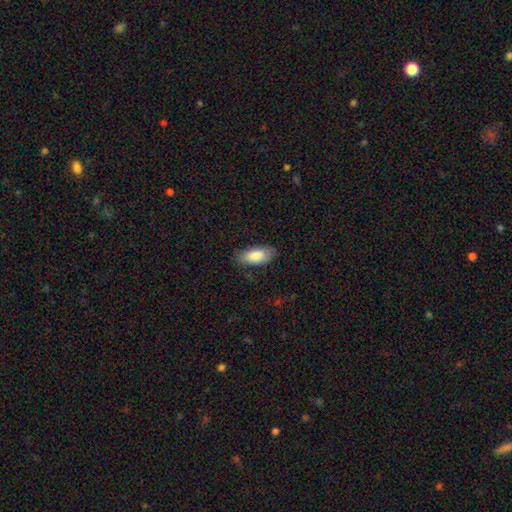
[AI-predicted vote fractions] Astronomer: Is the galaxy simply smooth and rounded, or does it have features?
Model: smooth — 84%.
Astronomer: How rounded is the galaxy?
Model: in between — 86%.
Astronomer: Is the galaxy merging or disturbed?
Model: none — 79%.